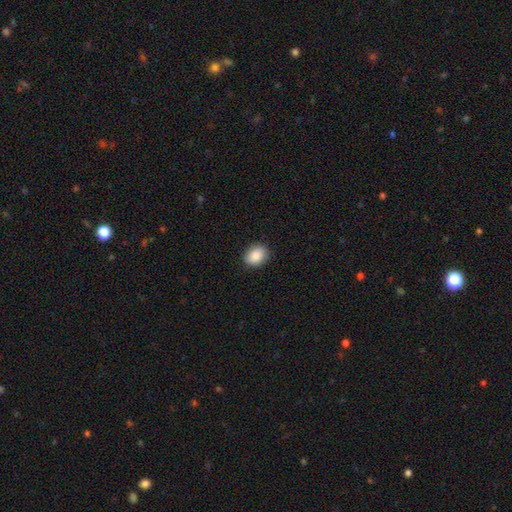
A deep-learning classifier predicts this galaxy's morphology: Smooth or featured? Predicted: smooth (p=0.88). How rounded? Predicted: in between (p=0.63). Merging? Predicted: none (p=0.88).